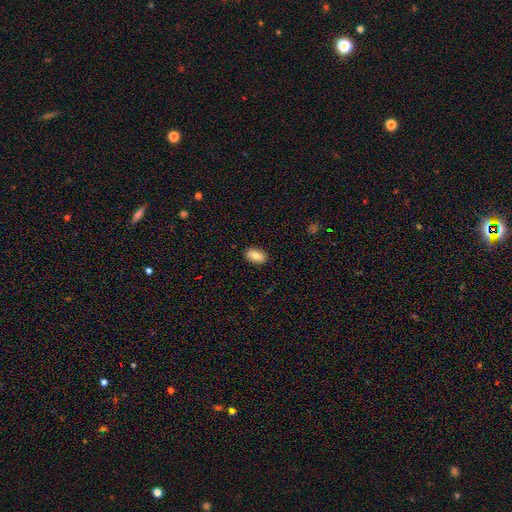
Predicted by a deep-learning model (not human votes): Smooth or featured?
  - smooth: 83% *
  - featured or disk: 9%
  - star or artifact: 7%
How rounded?
  - in between: 91% *
  - round: 5%
  - cigar-shaped: 4%
Merging?
  - none: 89% *
  - minor disturbance: 8%
  - major disturbance: 2%
  - merger: 1%